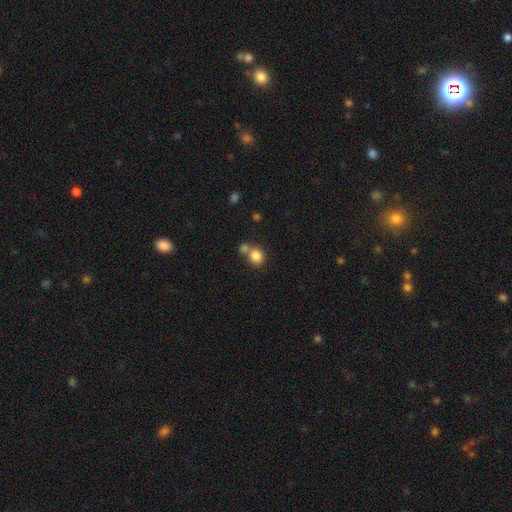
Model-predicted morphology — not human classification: smooth_or_featured: smooth (p=0.84) [alt: star or artifact p=0.10]
how_rounded: round (p=0.75) [alt: in between p=0.25]
merging: none (p=0.50) [alt: merger p=0.38]